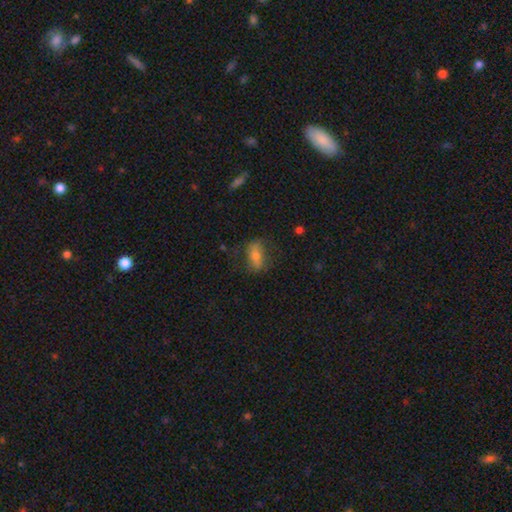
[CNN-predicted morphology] Smooth or featured? smooth (56%)
How rounded? in between (73%)
Merging? none (70%)